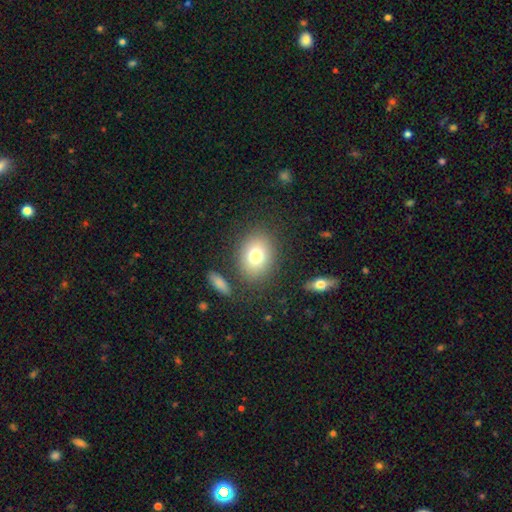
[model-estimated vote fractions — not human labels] smooth-or-featured: smooth: 76% | featured or disk: 13% | star or artifact: 10%
  how-rounded: in between: 57% | round: 42% | cigar-shaped: 1%
  merging: none: 82% | minor disturbance: 10% | merger: 4% | major disturbance: 4%